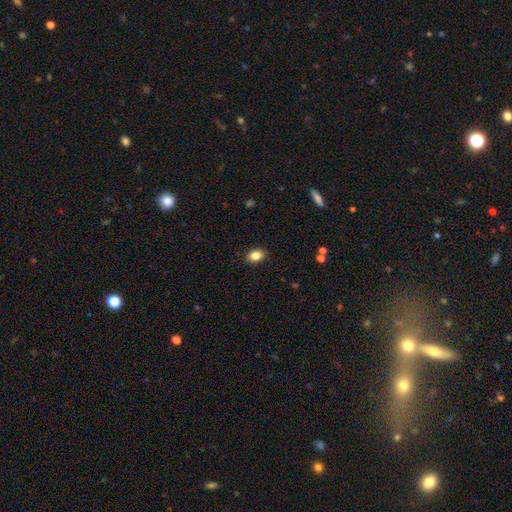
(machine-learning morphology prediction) Overall: smooth (86%). How rounded: in between (77%). Merging: none (89%).